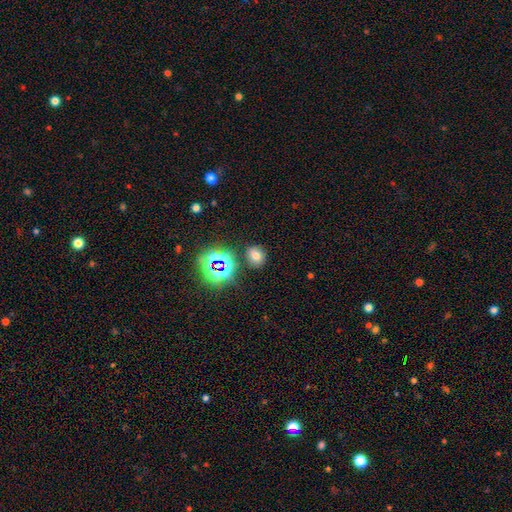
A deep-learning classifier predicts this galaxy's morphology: Smooth or featured: smooth — 64% (star or artifact — 26%)
How rounded: round — 57% (in between — 42%)
Merging: none — 82% (minor disturbance — 10%)